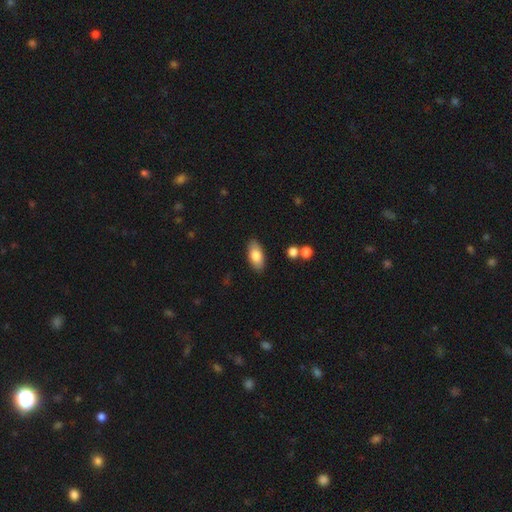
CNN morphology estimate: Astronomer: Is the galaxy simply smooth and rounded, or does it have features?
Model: smooth — 80%.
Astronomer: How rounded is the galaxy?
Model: in between — 90%.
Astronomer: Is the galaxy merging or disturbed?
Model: none — 86%.